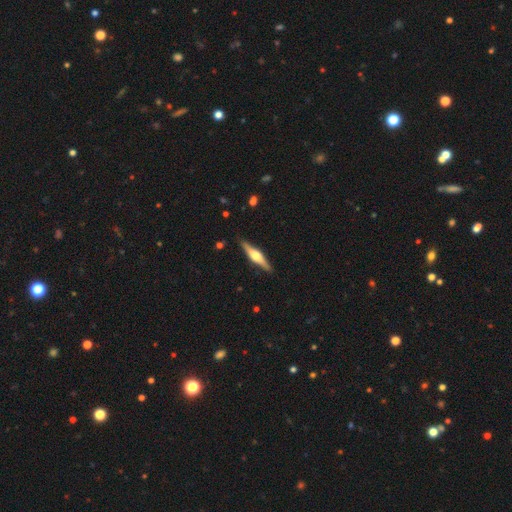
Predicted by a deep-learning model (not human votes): smooth_or_featured: featured or disk (p=0.71) [alt: smooth p=0.24]
disk_edge_on: yes (p=0.97) [alt: no p=0.03]
edge_on_bulge: rounded (p=0.90) [alt: boxy p=0.07]
merging: none (p=0.90) [alt: minor disturbance p=0.08]